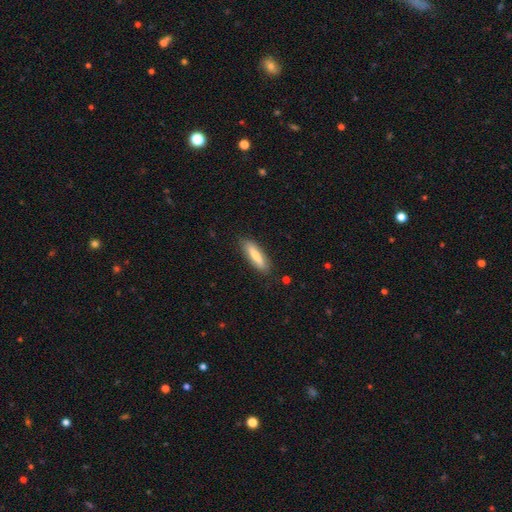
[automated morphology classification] The model was most divided on "how rounded": cigar-shaped: 59%, in between: 39%, round: 2%. More confident: merging — none (85%); smooth or featured — smooth (74%).